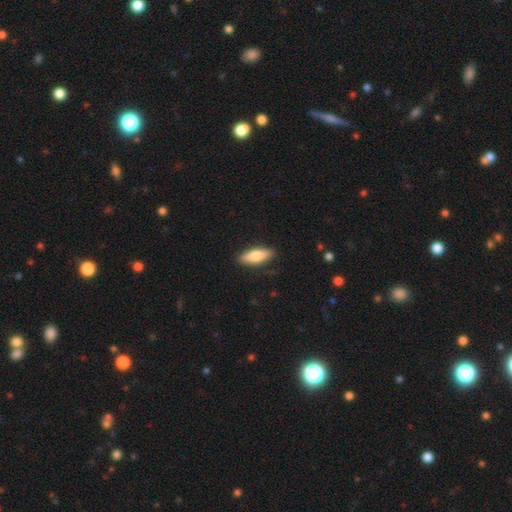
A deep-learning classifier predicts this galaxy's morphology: smooth_or_featured: smooth (p=0.75) [alt: featured or disk p=0.20]
how_rounded: in between (p=0.59) [alt: cigar-shaped p=0.39]
merging: none (p=0.87) [alt: minor disturbance p=0.10]